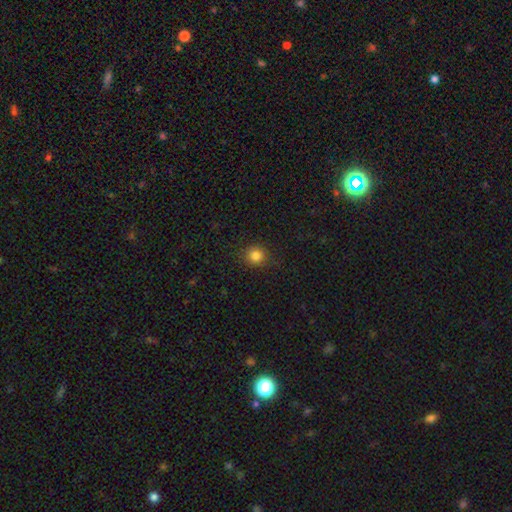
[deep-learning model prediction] smooth 83%, star or artifact 12%, featured or disk 5%. Down the decision tree: how rounded — round (90%); merging — none (89%).